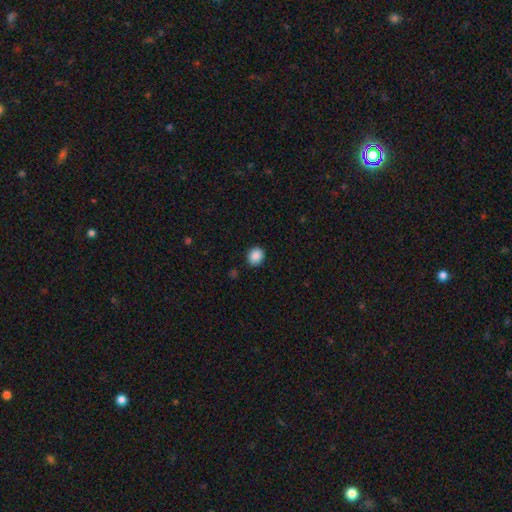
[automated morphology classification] This is clearly a smooth galaxy (89%). How rounded: likely round (72%). Merging: clearly none (89%).